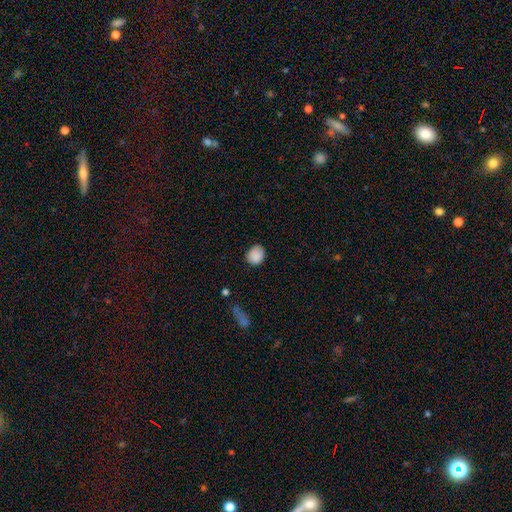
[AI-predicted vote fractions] smooth-or-featured: smooth: 89% | star or artifact: 8% | featured or disk: 3%
  how-rounded: round: 71% | in between: 28% | cigar-shaped: 1%
  merging: none: 82% | minor disturbance: 14% | major disturbance: 3% | merger: 1%